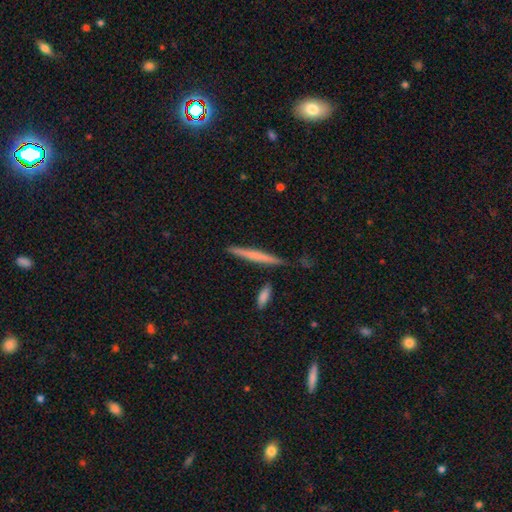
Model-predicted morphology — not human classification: Smooth or featured: smooth — 57% (featured or disk — 38%)
How rounded: cigar-shaped — 96% (in between — 2%)
Merging: none — 86% (minor disturbance — 9%)